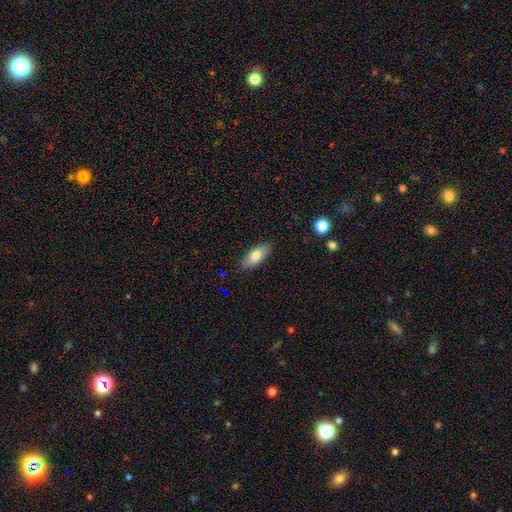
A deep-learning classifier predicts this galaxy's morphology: This is likely a smooth galaxy (74%). How rounded: likely in between (80%). Merging: clearly none (87%).